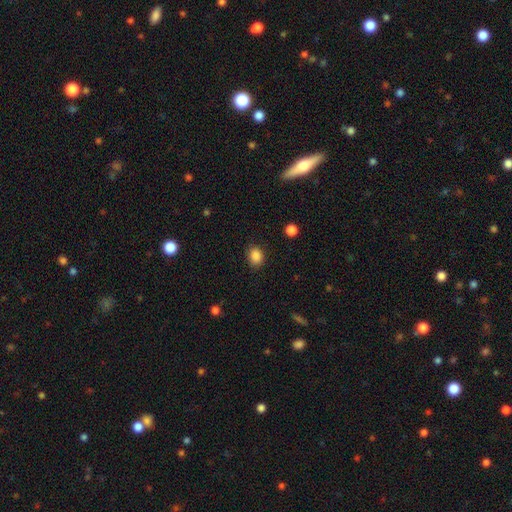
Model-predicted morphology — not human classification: Overall: smooth (87%). How rounded: in between (56%; round 43%). Merging: none (86%).